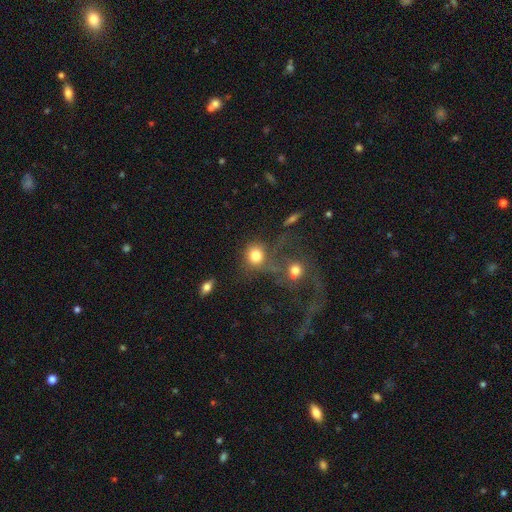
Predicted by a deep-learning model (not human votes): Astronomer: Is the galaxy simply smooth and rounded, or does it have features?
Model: smooth — 78%.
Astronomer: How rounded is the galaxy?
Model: round — 80%.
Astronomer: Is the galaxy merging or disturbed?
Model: none — 41% (runner-up: merger, 35%).